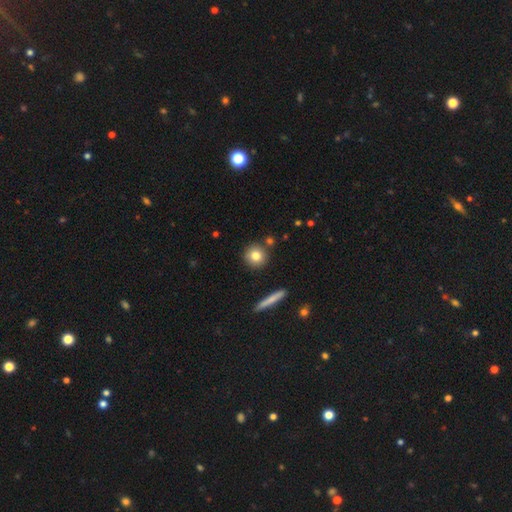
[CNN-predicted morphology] Smooth or featured? Predicted: smooth (p=0.79). How rounded? Predicted: round (p=0.92). Merging? Predicted: none (p=0.84).